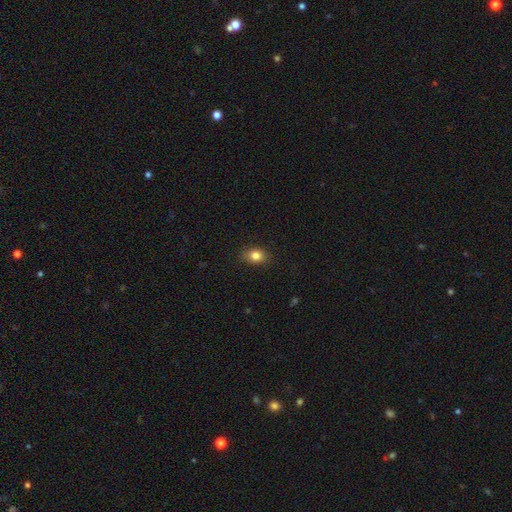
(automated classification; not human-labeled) Smooth or featured: smooth — 82% (star or artifact — 10%)
How rounded: in between — 66% (round — 32%)
Merging: none — 86% (minor disturbance — 11%)